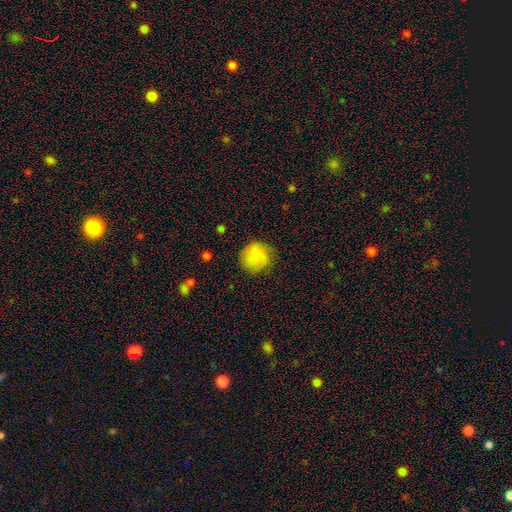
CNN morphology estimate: smooth-or-featured: smooth: 85% | star or artifact: 8% | featured or disk: 7%
  how-rounded: round: 91% | in between: 8% | cigar-shaped: 1%
  merging: none: 74% | minor disturbance: 19% | major disturbance: 5% | merger: 1%